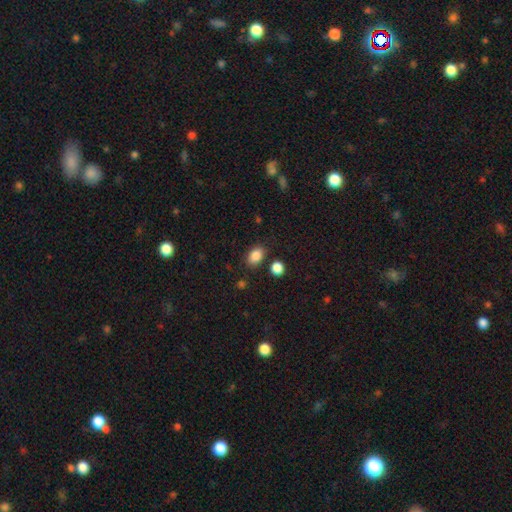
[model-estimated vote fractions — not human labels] Morphology: type=smooth (86%); roundness=in between (74%); merging=none (79%).